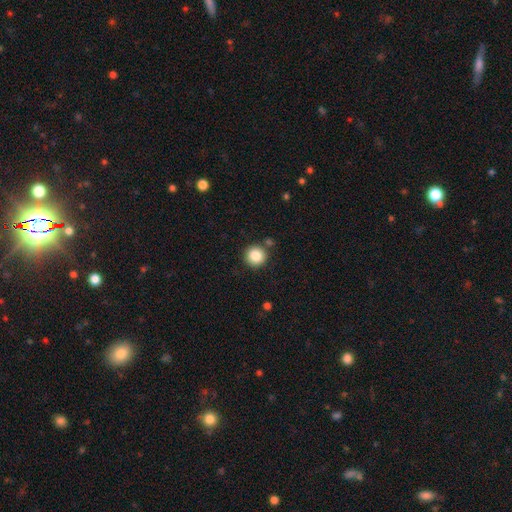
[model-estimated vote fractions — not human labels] This appears to be a smooth galaxy with no disk features (85%) that is round (95%). Merging: none (85%).